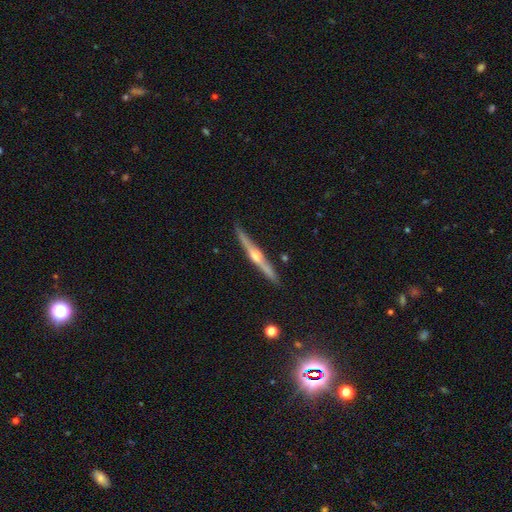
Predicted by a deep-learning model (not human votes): A featured or disk galaxy (81%) viewed edge-on (98%) with a rounded central bulge (91%).

Vote fractions:
- Smooth or featured? featured or disk: 81% / smooth: 13% / star or artifact: 6%
- Edge-on disk? yes: 98% / no: 2%
- Edge-on bulge? rounded: 91% / none: 5% / boxy: 4%
- Merging? none: 90% / minor disturbance: 7% / major disturbance: 1% / merger: 1%